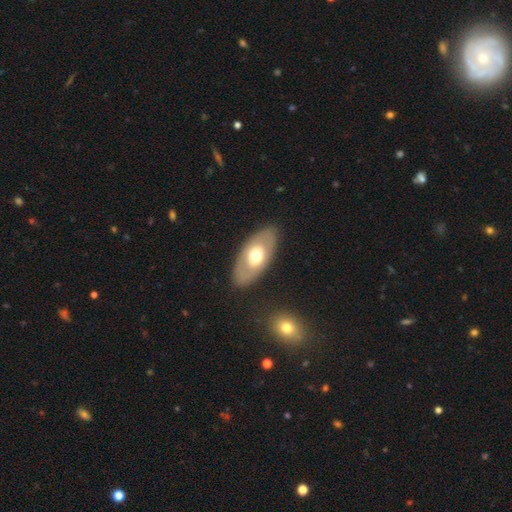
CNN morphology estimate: smooth 49%, featured or disk 45%, star or artifact 5%. Down the decision tree: merging — none (86%).